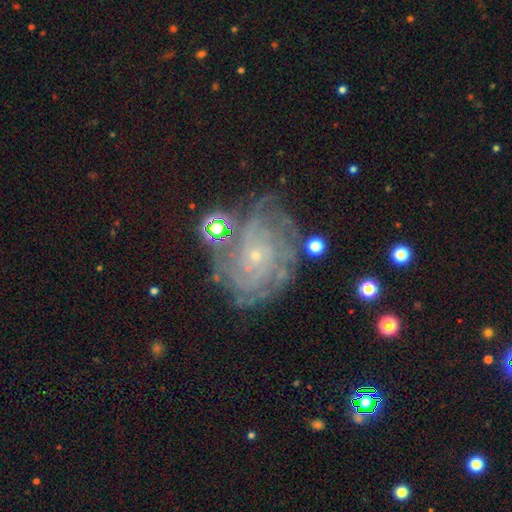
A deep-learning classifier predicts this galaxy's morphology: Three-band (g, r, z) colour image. It shows a featured or disk galaxy (84%) with no bar (79%), tight (77%) spiral arms (96%) and a small central bulge (89%). Merging: none (73%).